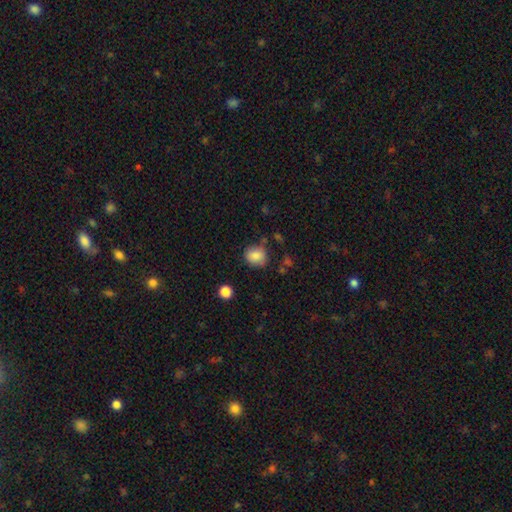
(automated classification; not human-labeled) Morphology: type=smooth (84%); roundness=round (70%); merging=none (72%).